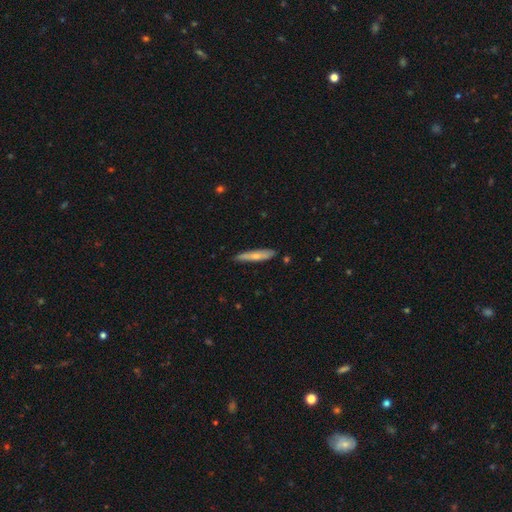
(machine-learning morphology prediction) smooth-or-featured: smooth: 58% | featured or disk: 37% | star or artifact: 6%
  how-rounded: cigar-shaped: 90% | in between: 8% | round: 2%
  merging: none: 82% | minor disturbance: 14% | major disturbance: 2% | merger: 2%